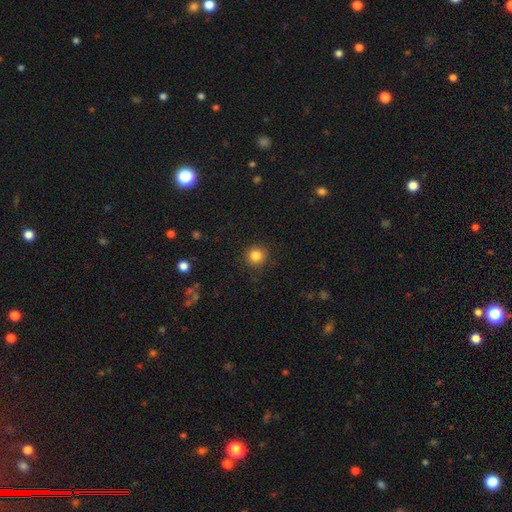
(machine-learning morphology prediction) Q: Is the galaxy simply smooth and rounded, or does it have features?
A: smooth — 85%.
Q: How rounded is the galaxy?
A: round — 94%.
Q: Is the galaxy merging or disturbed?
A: none — 89%.